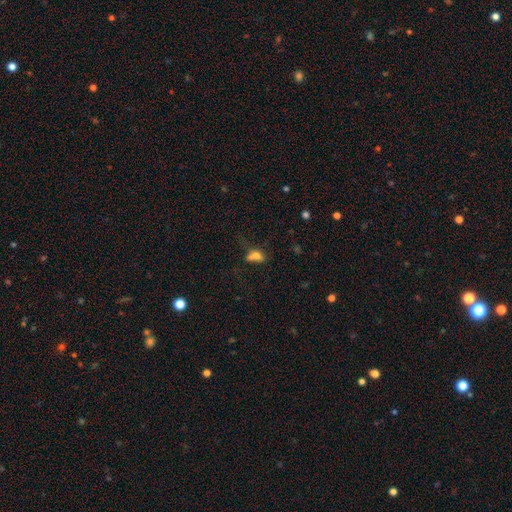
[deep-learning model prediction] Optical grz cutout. It shows a smooth galaxy with no disk features (69%) that is in between round and cigar-shaped (69%). Merging: merger (40%).